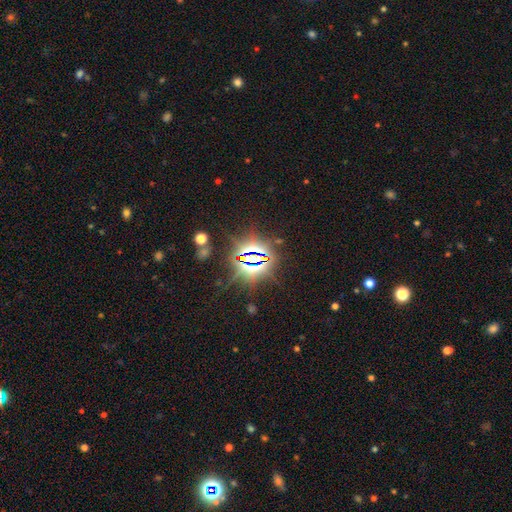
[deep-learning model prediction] Morphology: type=star or artifact (83%).